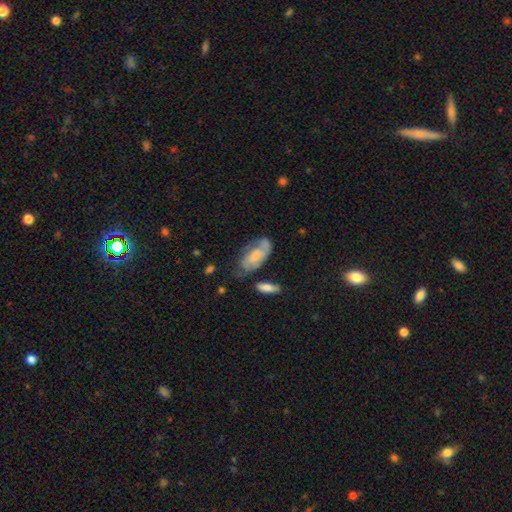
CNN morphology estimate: Smooth or featured?
  - smooth: 50% *
  - featured or disk: 43%
  - star or artifact: 7%
Merging?
  - none: 45% *
  - minor disturbance: 29%
  - major disturbance: 18%
  - merger: 8%